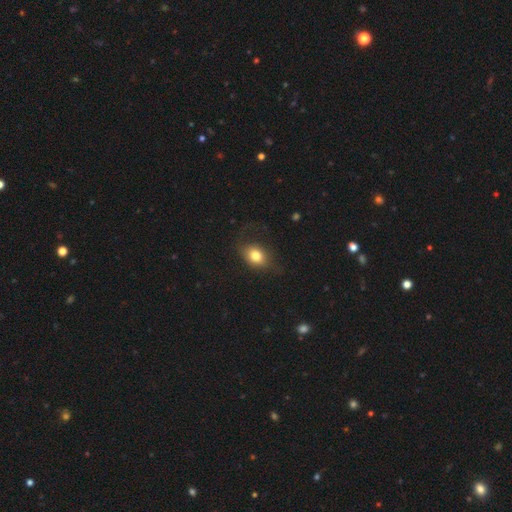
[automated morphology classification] Q: Smooth or featured?
A: smooth (76%); runner-up: featured or disk (14%)
Q: How rounded?
A: in between (62%); runner-up: round (36%)
Q: Merging?
A: none (63%); runner-up: minor disturbance (21%)